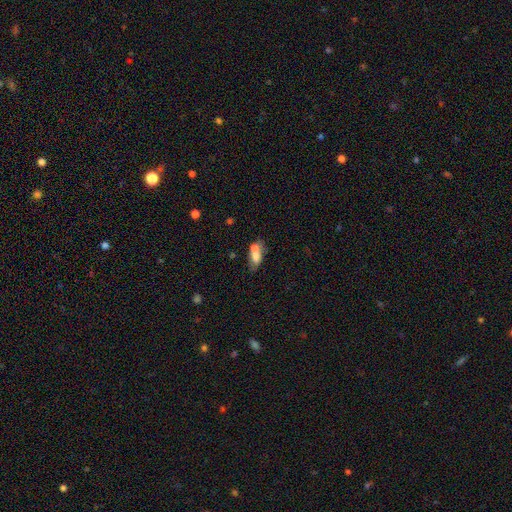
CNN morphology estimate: A smooth galaxy with no disk features (65%) that is in between round and cigar-shaped (77%). Merging: merger (51%).